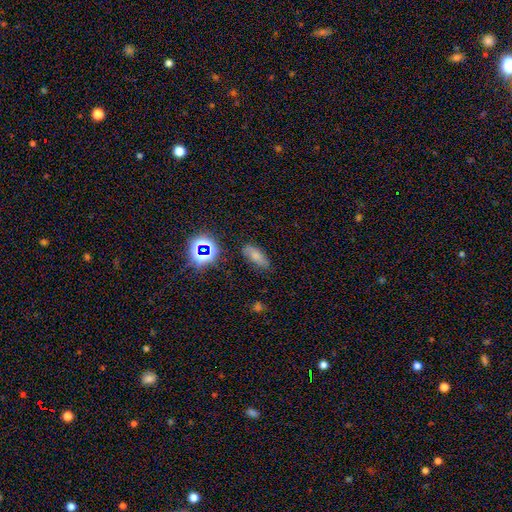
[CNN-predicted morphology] smooth 69%, star or artifact 18%, featured or disk 12%. Down the decision tree: how rounded — in between (74%); merging — none (76%).